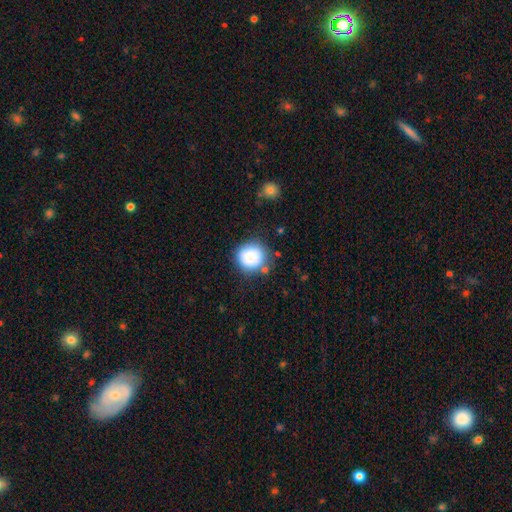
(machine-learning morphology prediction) Smooth or featured: smooth — 80% (featured or disk — 12%)
How rounded: round — 91% (in between — 8%)
Merging: none — 77% (minor disturbance — 14%)